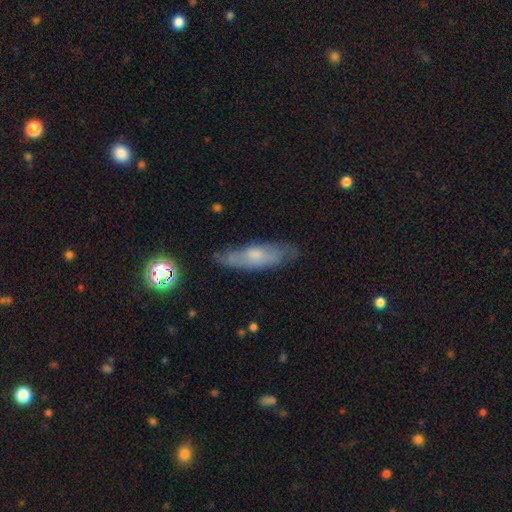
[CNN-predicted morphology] Smooth or featured? smooth (52%)
How rounded? cigar-shaped (59%)
Merging? none (73%)